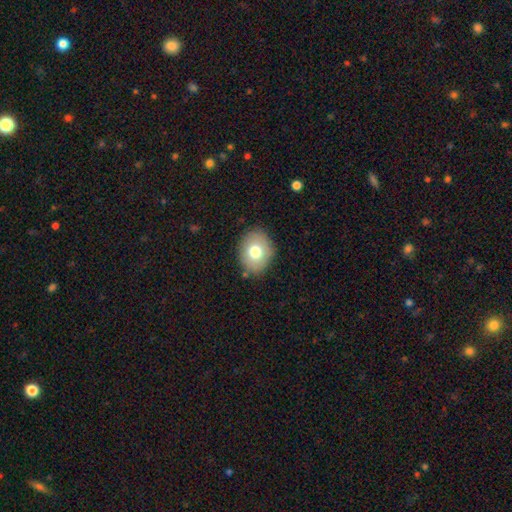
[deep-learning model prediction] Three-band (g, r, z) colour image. It shows a smooth galaxy with no disk features (65%) that is in between round and cigar-shaped (53%). Merging: none (88%).